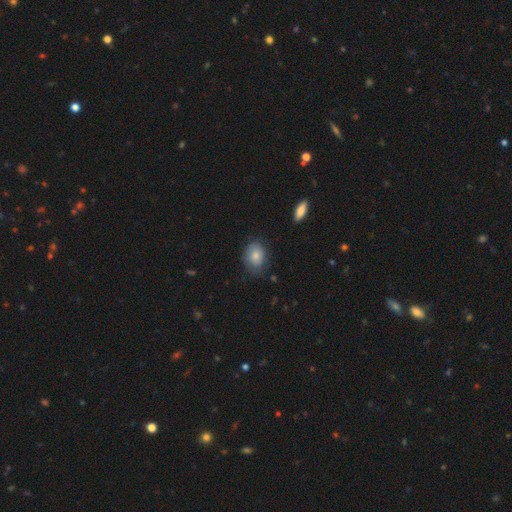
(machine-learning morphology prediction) smooth-or-featured: smooth: 79% | featured or disk: 13% | star or artifact: 8%
  how-rounded: in between: 59% | round: 39% | cigar-shaped: 1%
  merging: none: 70% | minor disturbance: 24% | major disturbance: 5% | merger: 1%